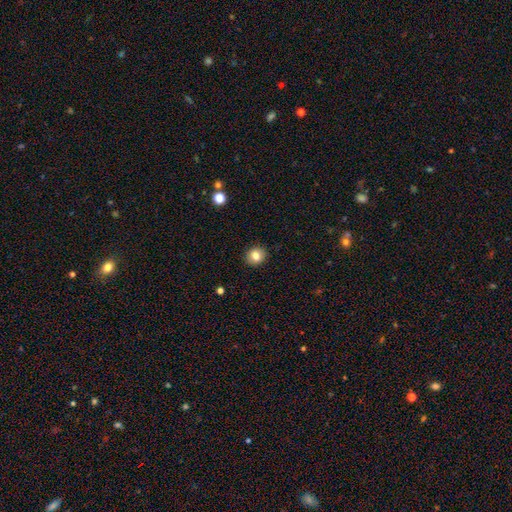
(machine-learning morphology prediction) Q: Smooth or featured?
A: smooth (83%); runner-up: star or artifact (10%)
Q: How rounded?
A: round (81%); runner-up: in between (18%)
Q: Merging?
A: none (91%); runner-up: minor disturbance (6%)